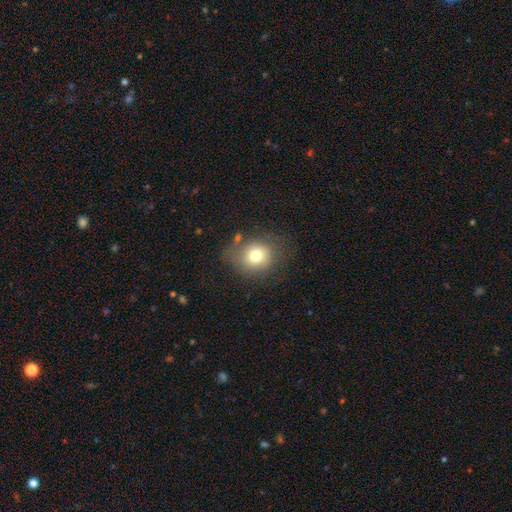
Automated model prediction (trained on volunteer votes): Smooth or featured?
  - smooth: 73% *
  - featured or disk: 15%
  - star or artifact: 12%
How rounded?
  - round: 71% *
  - in between: 28%
  - cigar-shaped: 1%
Merging?
  - none: 66% *
  - minor disturbance: 20%
  - major disturbance: 10%
  - merger: 4%